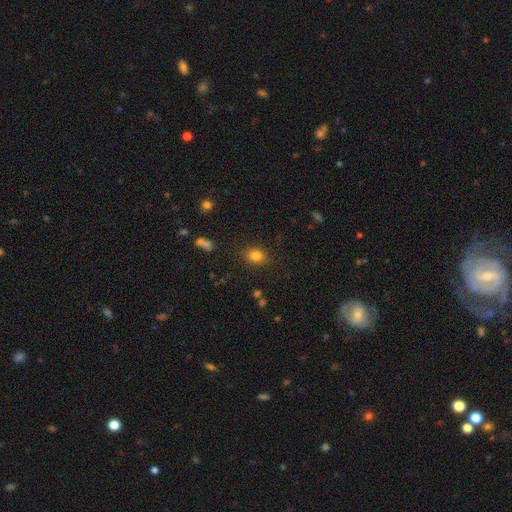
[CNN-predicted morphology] Q: Smooth or featured?
A: smooth (82%); runner-up: star or artifact (12%)
Q: How rounded?
A: round (54%); runner-up: in between (45%)
Q: Merging?
A: none (85%); runner-up: minor disturbance (9%)